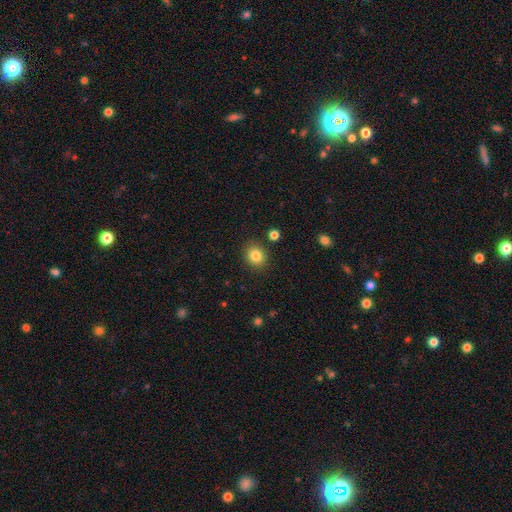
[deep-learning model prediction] Smooth or featured?
  - smooth: 84% *
  - star or artifact: 10%
  - featured or disk: 6%
How rounded?
  - round: 74% *
  - in between: 25%
  - cigar-shaped: 1%
Merging?
  - none: 87% *
  - minor disturbance: 8%
  - merger: 3%
  - major disturbance: 2%